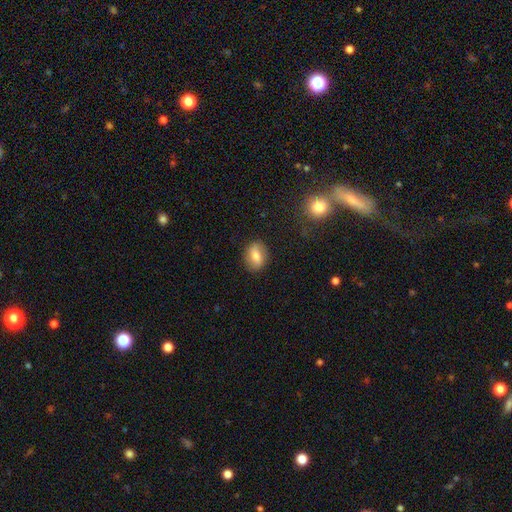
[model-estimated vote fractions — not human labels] smooth-or-featured: smooth: 66% | featured or disk: 25% | star or artifact: 9%
  how-rounded: in between: 63% | round: 34% | cigar-shaped: 2%
  merging: none: 85% | minor disturbance: 11% | major disturbance: 3% | merger: 1%